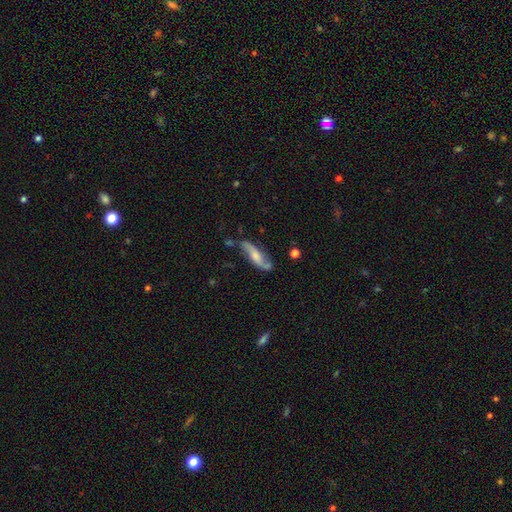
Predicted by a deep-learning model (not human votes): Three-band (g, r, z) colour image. It shows a featured or disk galaxy (69%) with no bar (54%), spiral arms (92%) and a moderate central bulge (47%). Merging: none (66%).